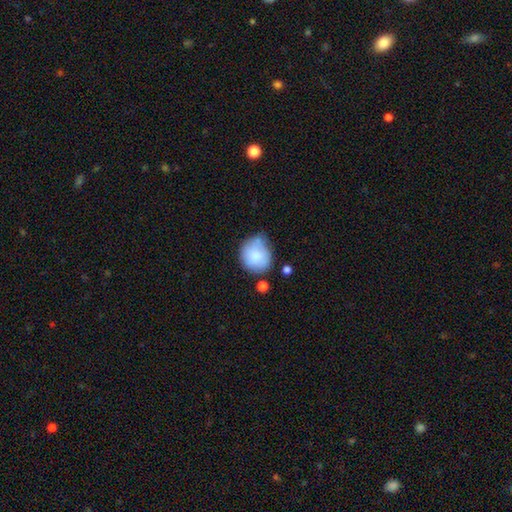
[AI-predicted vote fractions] Smooth or featured?
  - smooth: 81% *
  - featured or disk: 12%
  - star or artifact: 7%
How rounded?
  - round: 76% *
  - in between: 23%
  - cigar-shaped: 1%
Merging?
  - none: 47% *
  - minor disturbance: 32%
  - merger: 11%
  - major disturbance: 10%